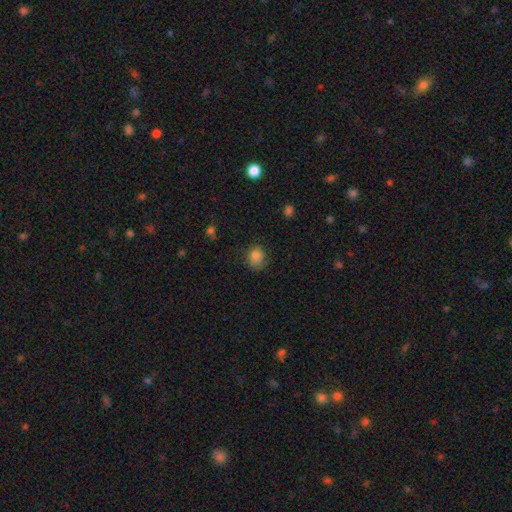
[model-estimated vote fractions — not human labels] Smooth or featured? smooth (83%)
How rounded? round (63%)
Merging? none (71%)